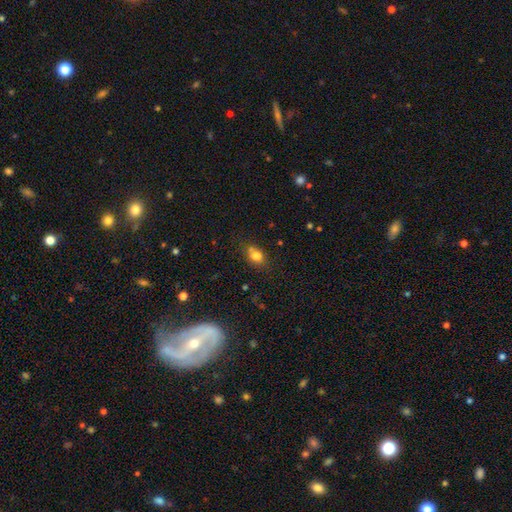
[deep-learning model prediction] Smooth or featured: smooth — 74% (star or artifact — 14%)
How rounded: in between — 66% (round — 32%)
Merging: none — 55% (merger — 23%)